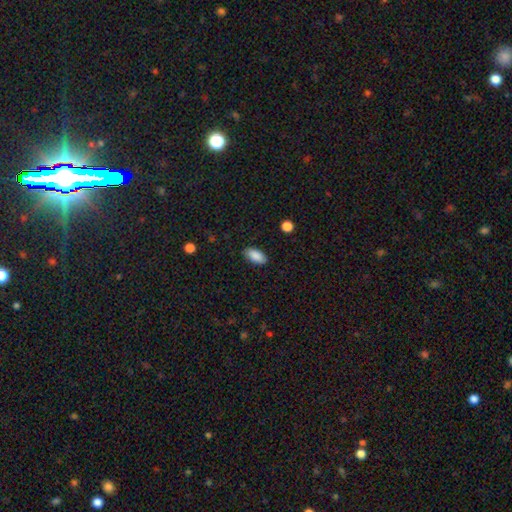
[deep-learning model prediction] Smooth or featured?
  - smooth: 89% *
  - star or artifact: 7%
  - featured or disk: 5%
How rounded?
  - in between: 91% *
  - cigar-shaped: 6%
  - round: 2%
Merging?
  - none: 86% *
  - minor disturbance: 11%
  - major disturbance: 2%
  - merger: 1%